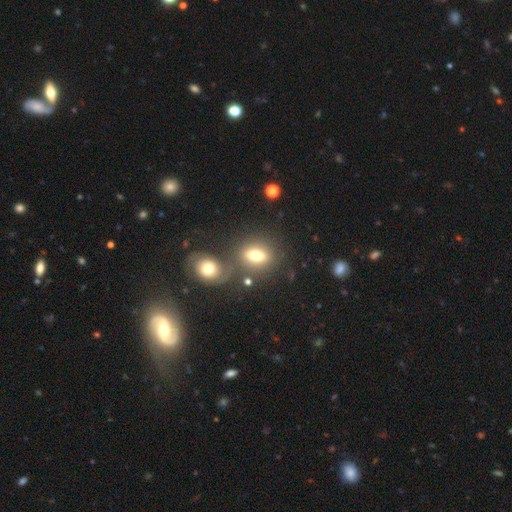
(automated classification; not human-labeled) smooth 72%, featured or disk 18%, star or artifact 10%. Down the decision tree: how rounded — in between (72%); merging — none (55%).